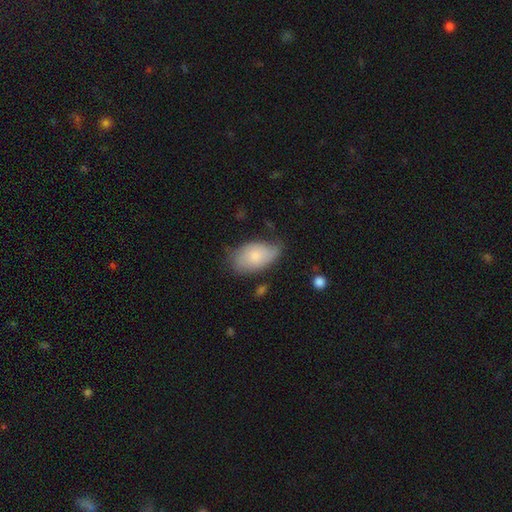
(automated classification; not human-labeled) Q: Smooth or featured?
A: smooth (71%); runner-up: featured or disk (23%)
Q: How rounded?
A: in between (92%); runner-up: round (6%)
Q: Merging?
A: none (51%); runner-up: minor disturbance (36%)